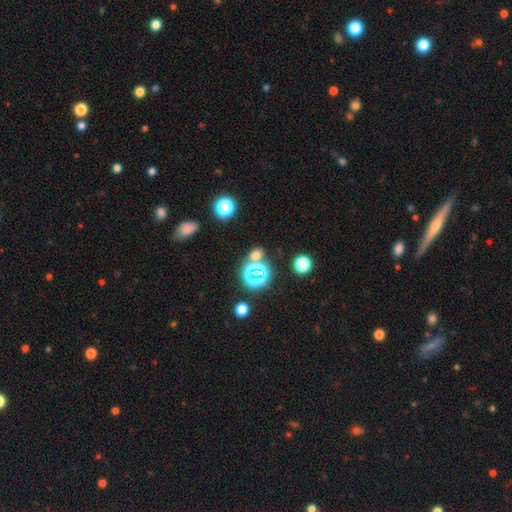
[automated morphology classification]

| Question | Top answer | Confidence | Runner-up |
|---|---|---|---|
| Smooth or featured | smooth | 50% | star or artifact (42%) |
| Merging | none | 67% | merger (20%) |